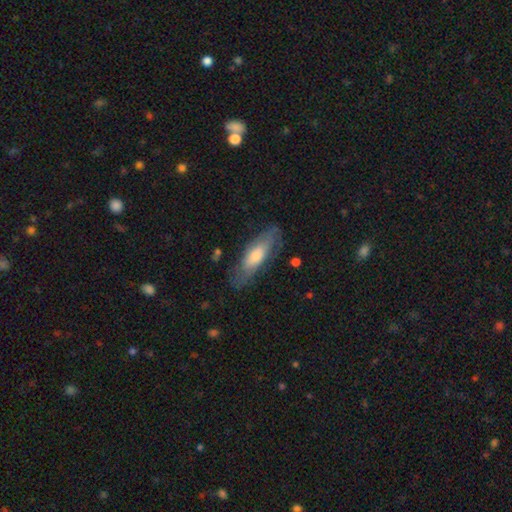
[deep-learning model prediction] Smooth or featured? Predicted: smooth (p=0.51). How rounded? Predicted: in between (p=0.56). Merging? Predicted: none (p=0.72).